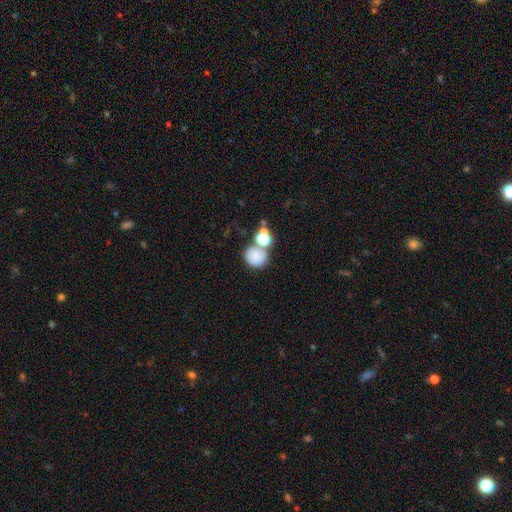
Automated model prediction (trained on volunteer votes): Morphology: type=smooth (76%); roundness=round (85%); merging=none (56%).